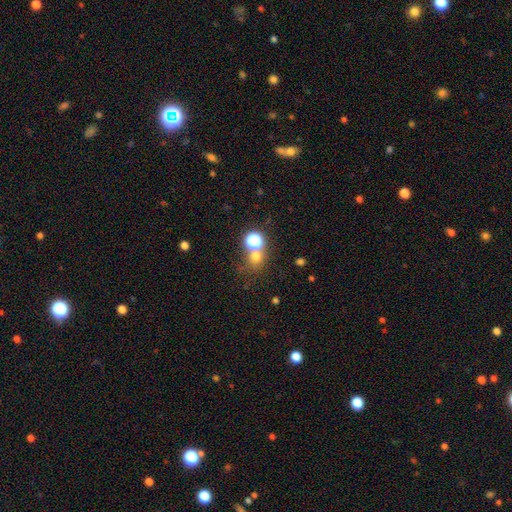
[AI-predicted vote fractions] Smooth or featured?
  - smooth: 66% *
  - star or artifact: 25%
  - featured or disk: 9%
How rounded?
  - round: 83% *
  - in between: 16%
  - cigar-shaped: 1%
Merging?
  - none: 57% *
  - merger: 29%
  - minor disturbance: 9%
  - major disturbance: 5%